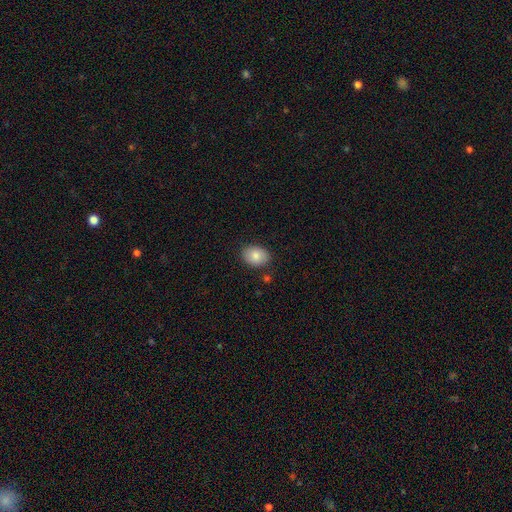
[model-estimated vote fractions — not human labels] Smooth or featured?
  - smooth: 84% *
  - featured or disk: 8%
  - star or artifact: 7%
How rounded?
  - in between: 69% *
  - round: 30%
  - cigar-shaped: 1%
Merging?
  - none: 84% *
  - minor disturbance: 11%
  - major disturbance: 2%
  - merger: 2%